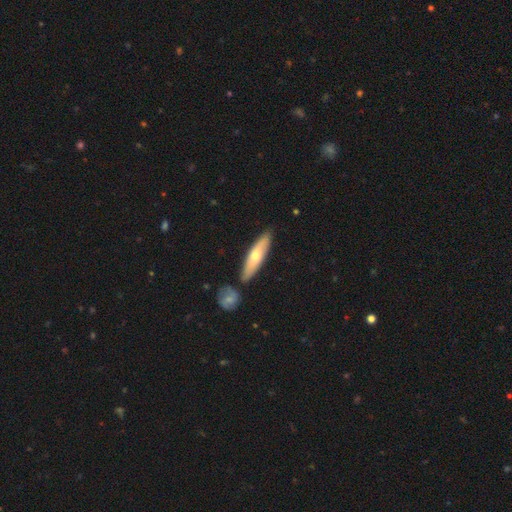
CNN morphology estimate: A smooth galaxy with no disk features (57%) that is cigar-shaped (69%).

Vote fractions:
- Smooth or featured? smooth: 57% / featured or disk: 37% / star or artifact: 5%
- How rounded? cigar-shaped: 69% / in between: 29% / round: 2%
- Merging? none: 80% / minor disturbance: 11% / merger: 7% / major disturbance: 2%